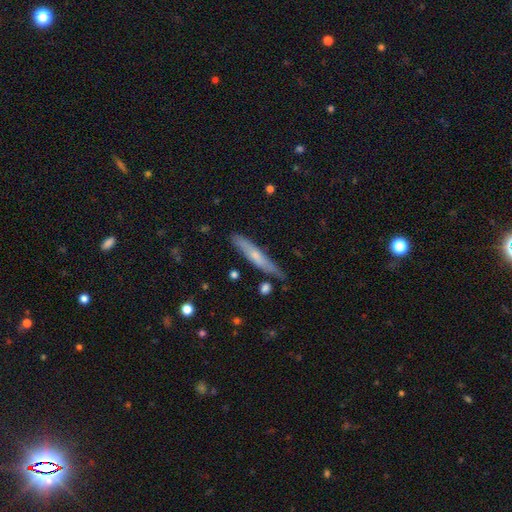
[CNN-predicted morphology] Smooth or featured? Predicted: smooth (p=0.56). How rounded? Predicted: cigar-shaped (p=0.92). Merging? Predicted: none (p=0.75).